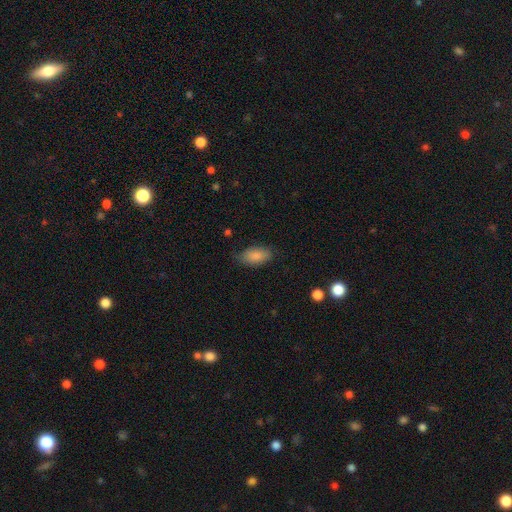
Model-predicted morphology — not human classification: Smooth or featured: smooth — 86% (featured or disk — 7%)
How rounded: in between — 92% (cigar-shaped — 5%)
Merging: none — 76% (minor disturbance — 19%)